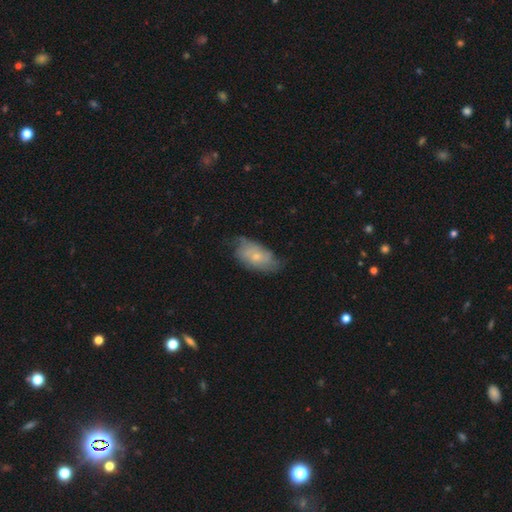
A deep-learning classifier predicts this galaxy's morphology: The model was most divided on "smooth or featured": featured or disk: 50%, smooth: 43%, star or artifact: 7%. More confident: edge-on disk — no (93%); merging — none (58%).